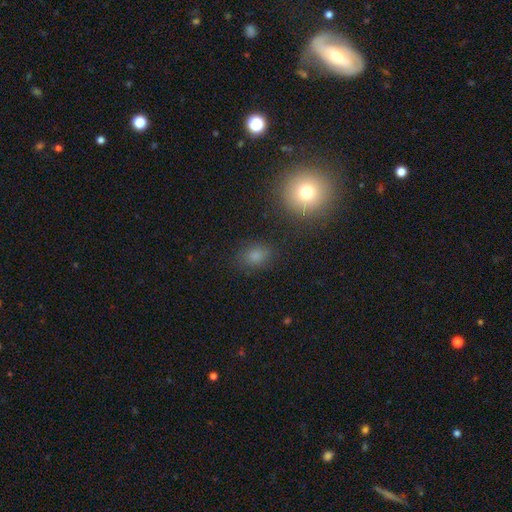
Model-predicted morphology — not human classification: Smooth or featured? smooth (74%)
How rounded? in between (60%)
Merging? none (81%)